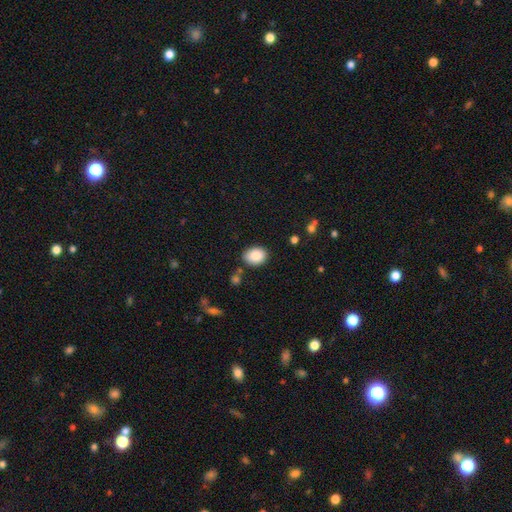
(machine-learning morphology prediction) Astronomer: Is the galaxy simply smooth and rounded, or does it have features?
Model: smooth — 88%.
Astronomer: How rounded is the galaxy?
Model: in between — 64%.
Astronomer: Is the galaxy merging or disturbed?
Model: none — 81%.